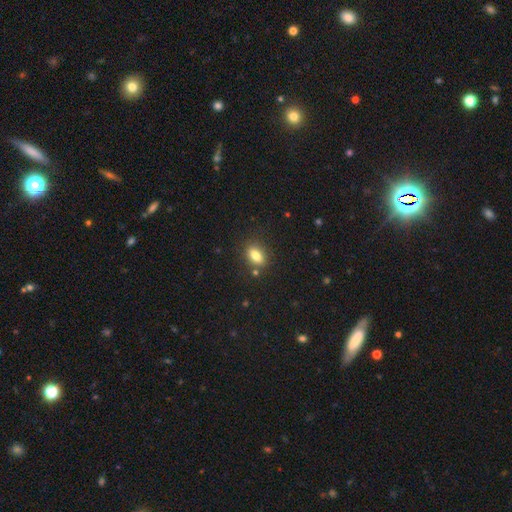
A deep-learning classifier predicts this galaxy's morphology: This appears to be a smooth galaxy with no disk features (82%) that is in between round and cigar-shaped (83%). Merging: none (80%).